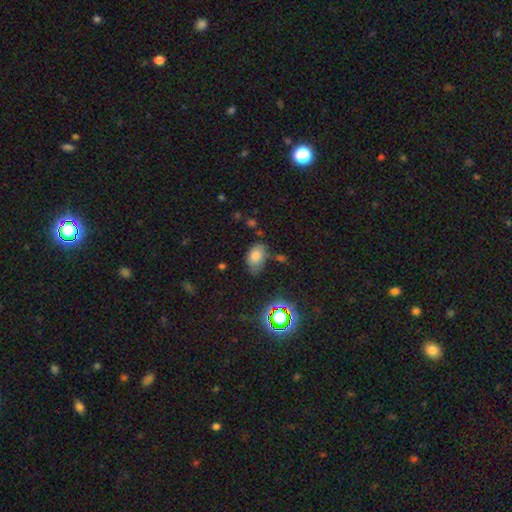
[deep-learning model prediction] This appears to be a smooth galaxy with no disk features (74%) that is in between round and cigar-shaped (88%). Merging: none (57%).